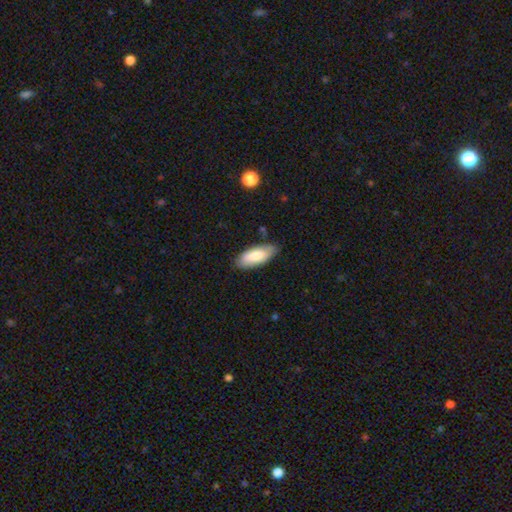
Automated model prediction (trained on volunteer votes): A smooth galaxy with no disk features (78%) that is in between round and cigar-shaped (82%).

Vote fractions:
- Smooth or featured? smooth: 78% / featured or disk: 16% / star or artifact: 6%
- How rounded? in between: 82% / cigar-shaped: 17% / round: 2%
- Merging? none: 82% / minor disturbance: 14% / major disturbance: 3% / merger: 1%